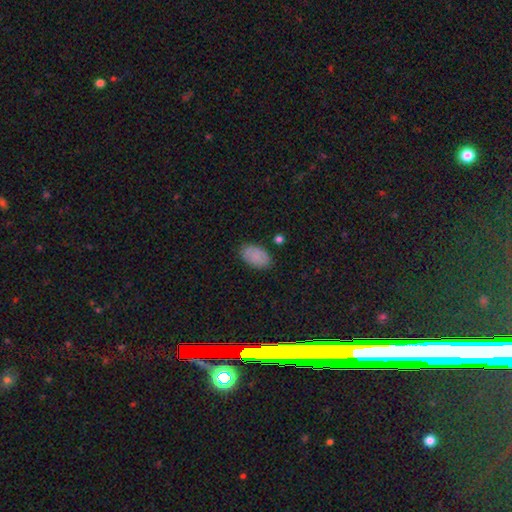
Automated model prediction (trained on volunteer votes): Smooth or featured? smooth (85%)
How rounded? in between (92%)
Merging? none (81%)